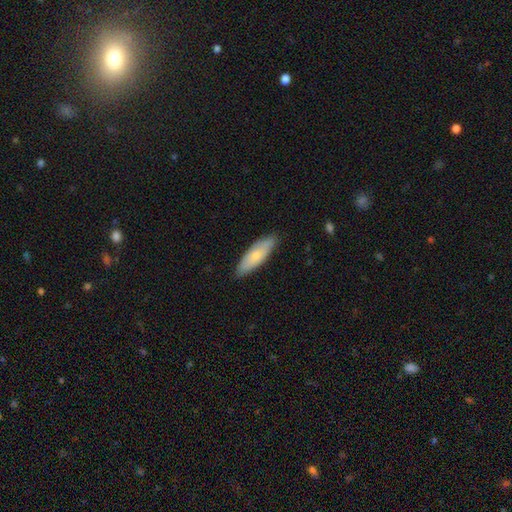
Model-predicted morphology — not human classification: smooth_or_featured: smooth (p=0.69) [alt: featured or disk p=0.26]
how_rounded: in between (p=0.55) [alt: cigar-shaped p=0.43]
merging: none (p=0.85) [alt: minor disturbance p=0.12]